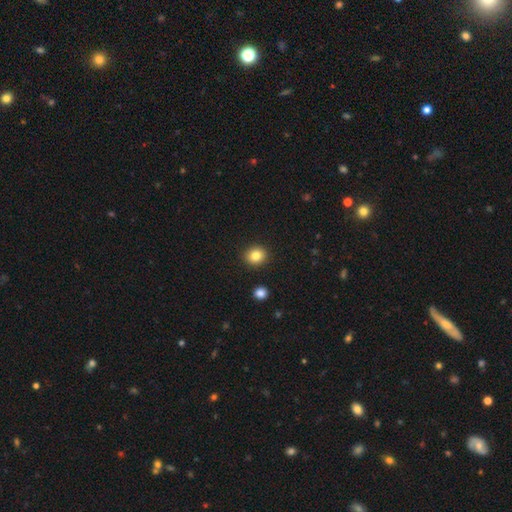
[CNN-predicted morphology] A smooth galaxy with no disk features (84%) that is round (76%).

Vote fractions:
- Smooth or featured? smooth: 84% / star or artifact: 10% / featured or disk: 6%
- How rounded? round: 76% / in between: 23% / cigar-shaped: 1%
- Merging? none: 91% / minor disturbance: 6% / major disturbance: 2% / merger: 2%